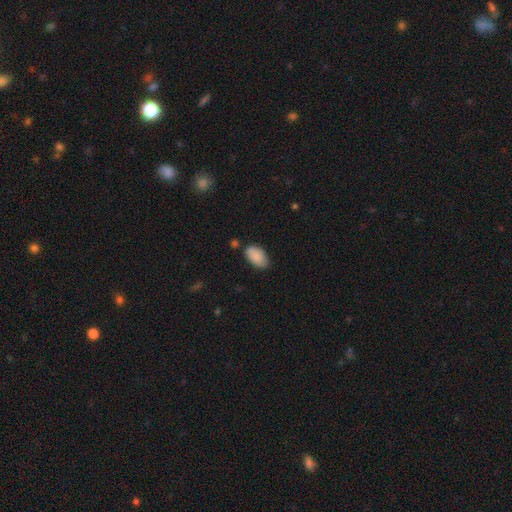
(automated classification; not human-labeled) This is clearly a smooth galaxy (88%). How rounded: clearly in between (94%). Merging: likely none (72%).